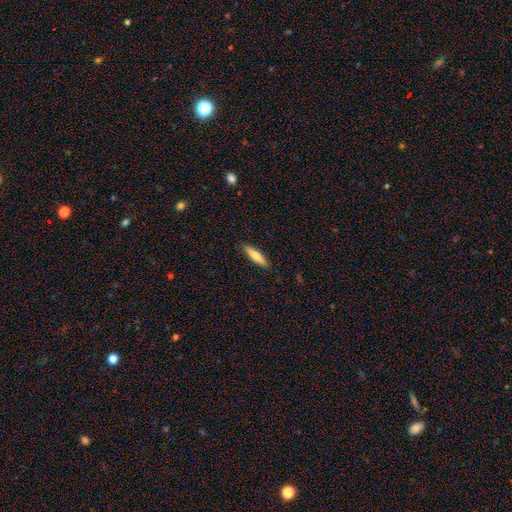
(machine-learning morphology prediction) Smooth or featured? Predicted: smooth (p=0.66). How rounded? Predicted: cigar-shaped (p=0.77). Merging? Predicted: none (p=0.90).